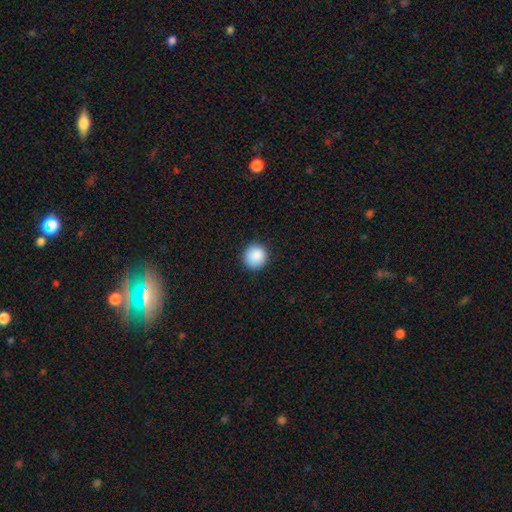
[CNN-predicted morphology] Smooth or featured?
  - smooth: 89% *
  - star or artifact: 8%
  - featured or disk: 3%
How rounded?
  - round: 94% *
  - in between: 5%
  - cigar-shaped: 1%
Merging?
  - none: 91% *
  - minor disturbance: 6%
  - major disturbance: 2%
  - merger: 1%